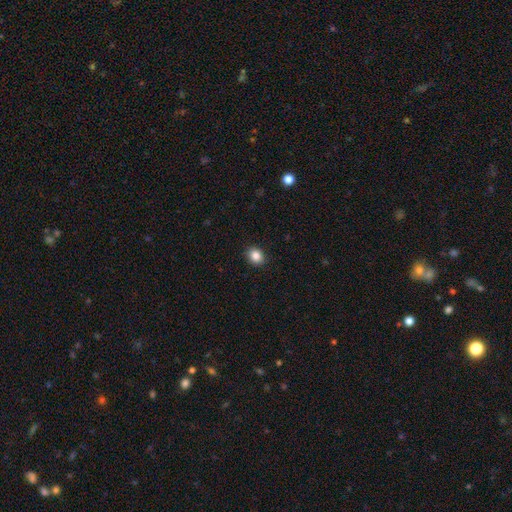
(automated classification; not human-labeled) A smooth galaxy with no disk features (86%) that is round (62%). Merging: none (91%).